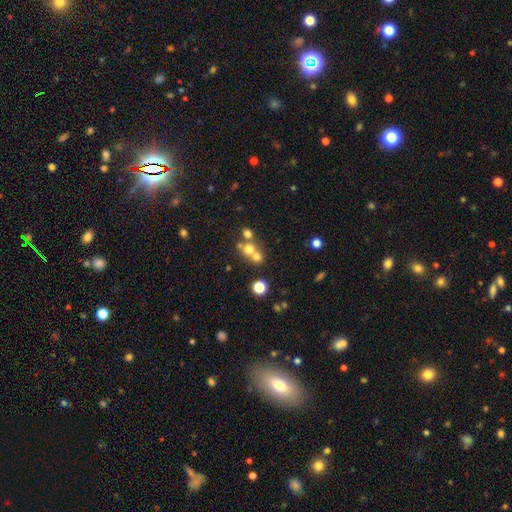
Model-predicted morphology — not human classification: Q: Smooth or featured?
A: smooth (60%); runner-up: star or artifact (20%)
Q: How rounded?
A: round (83%); runner-up: in between (16%)
Q: Merging?
A: merger (49%); runner-up: none (42%)